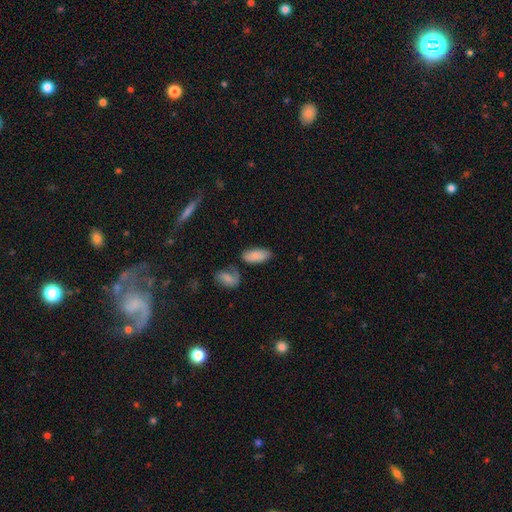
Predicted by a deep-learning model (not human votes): Smooth or featured? smooth (83%)
How rounded? in between (89%)
Merging? none (61%)